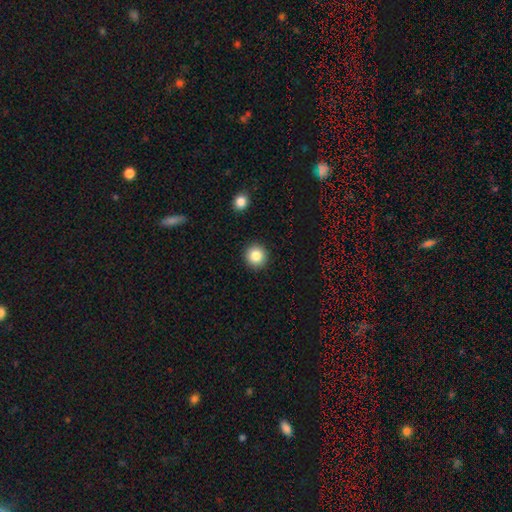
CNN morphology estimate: Smooth or featured? smooth (84%)
How rounded? round (93%)
Merging? none (91%)